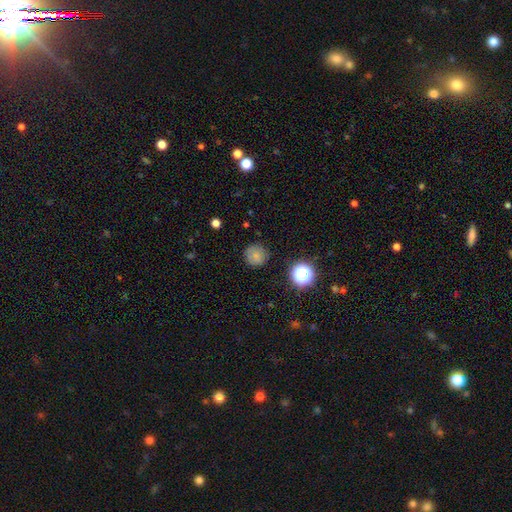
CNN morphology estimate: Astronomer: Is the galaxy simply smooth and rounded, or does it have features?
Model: smooth — 76%.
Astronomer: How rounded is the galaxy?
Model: round — 93%.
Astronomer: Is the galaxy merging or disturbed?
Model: none — 83%.